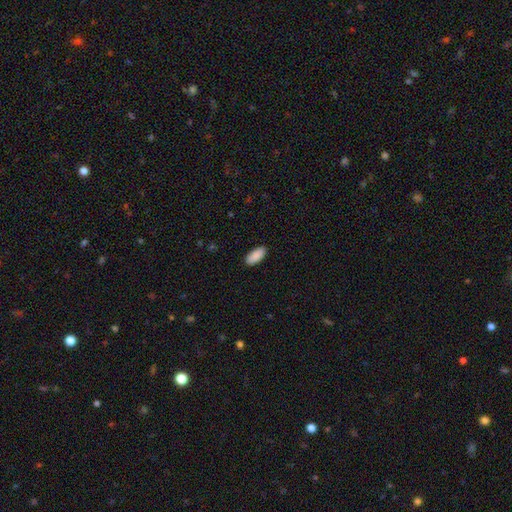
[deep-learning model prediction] Morphology: type=smooth (91%); roundness=in between (89%); merging=none (90%).